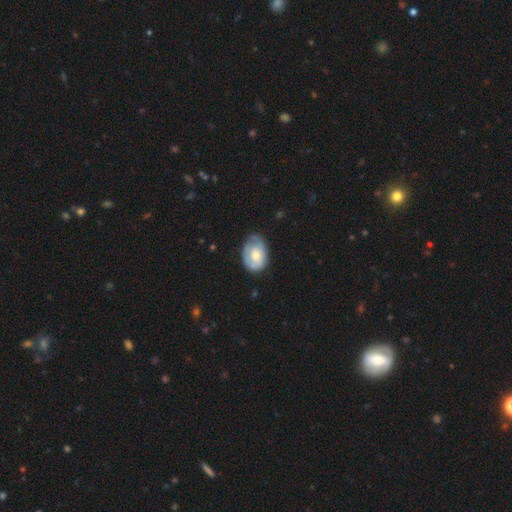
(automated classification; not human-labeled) smooth-or-featured: smooth: 53% | featured or disk: 42% | star or artifact: 6%
  how-rounded: in between: 80% | round: 19% | cigar-shaped: 1%
  merging: none: 56% | minor disturbance: 33% | major disturbance: 9% | merger: 2%